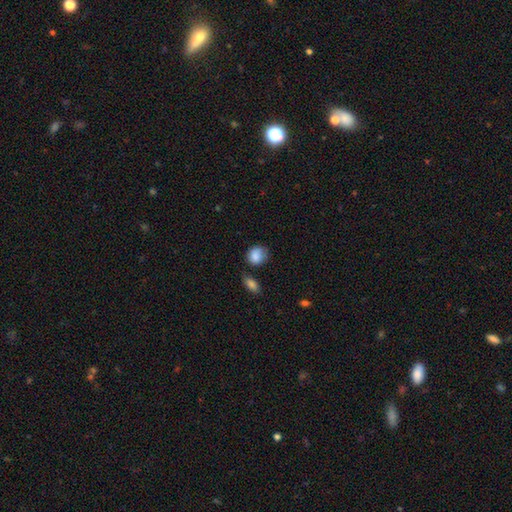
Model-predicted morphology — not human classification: Smooth or featured: smooth — 86% (star or artifact — 8%)
How rounded: round — 59% (in between — 39%)
Merging: none — 61% (minor disturbance — 26%)